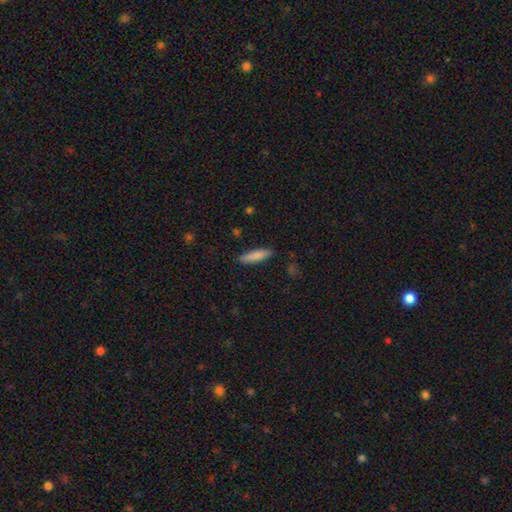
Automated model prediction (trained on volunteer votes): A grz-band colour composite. It shows a smooth galaxy with no disk features (84%) that is cigar-shaped (73%). Merging: none (88%).